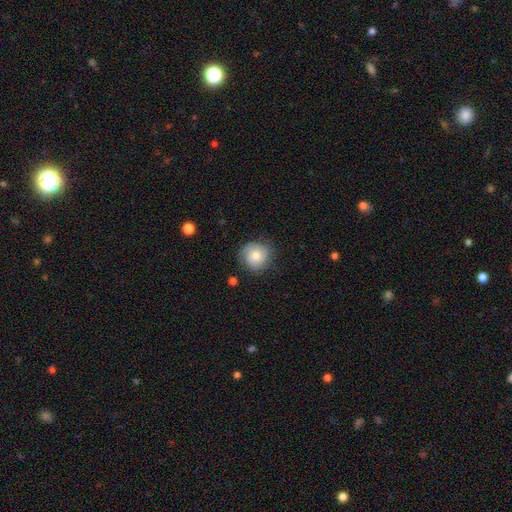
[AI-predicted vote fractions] smooth-or-featured: smooth: 64% | featured or disk: 28% | star or artifact: 8%
  how-rounded: round: 89% | in between: 10% | cigar-shaped: 1%
  merging: none: 77% | minor disturbance: 18% | major disturbance: 5% | merger: 1%